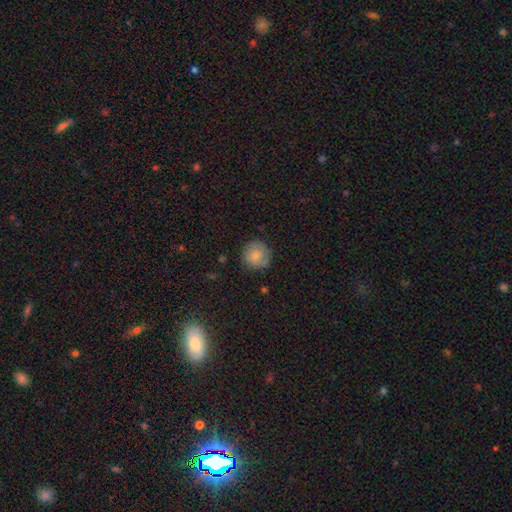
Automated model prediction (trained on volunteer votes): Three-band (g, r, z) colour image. It shows a smooth galaxy with no disk features (80%) that is round (93%). Merging: none (81%).